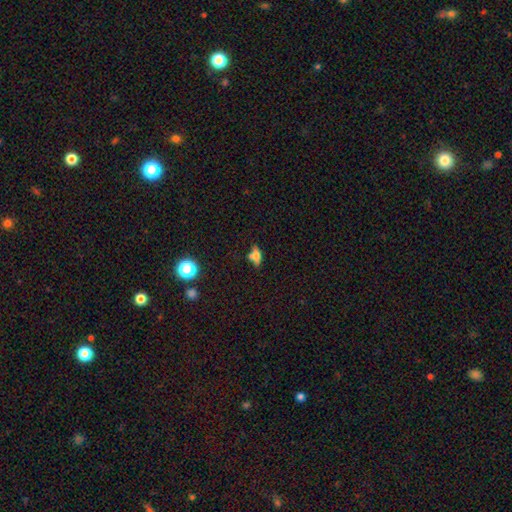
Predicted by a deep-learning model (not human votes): Smooth or featured?
  - smooth: 59% *
  - featured or disk: 25%
  - star or artifact: 16%
How rounded?
  - in between: 72% *
  - cigar-shaped: 18%
  - round: 10%
Merging?
  - none: 53% *
  - minor disturbance: 23%
  - merger: 14%
  - major disturbance: 10%